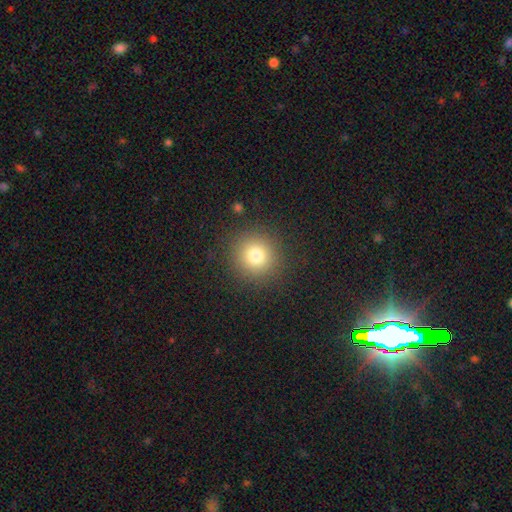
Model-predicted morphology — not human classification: A smooth galaxy with no disk features (77%) that is round (94%).

Vote fractions:
- Smooth or featured? smooth: 77% / star or artifact: 14% / featured or disk: 9%
- How rounded? round: 94% / in between: 5% / cigar-shaped: 1%
- Merging? none: 90% / minor disturbance: 6% / major disturbance: 3% / merger: 1%